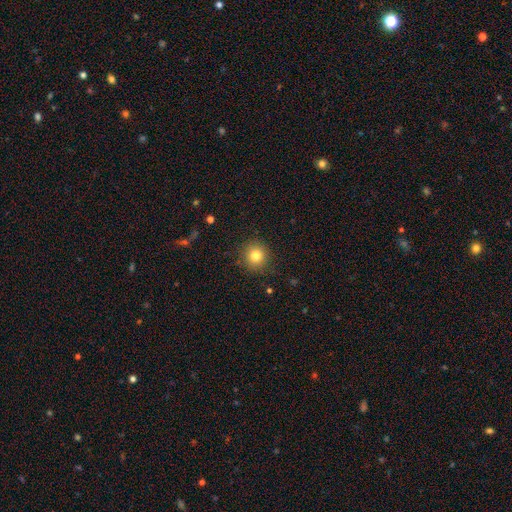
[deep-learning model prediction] A smooth galaxy with no disk features (81%) that is round (92%). Merging: none (89%).